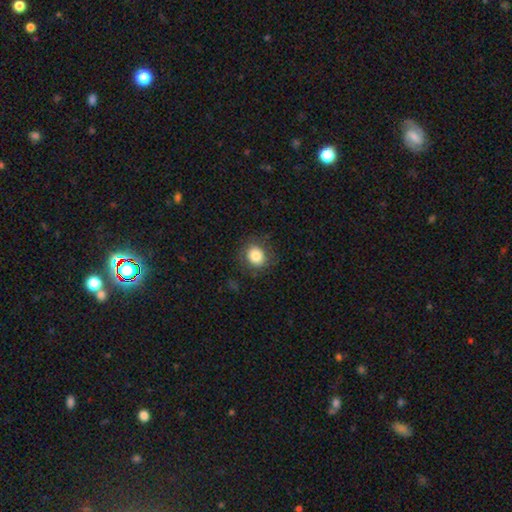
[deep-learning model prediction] Morphology: type=smooth (82%); roundness=round (75%); merging=none (82%).